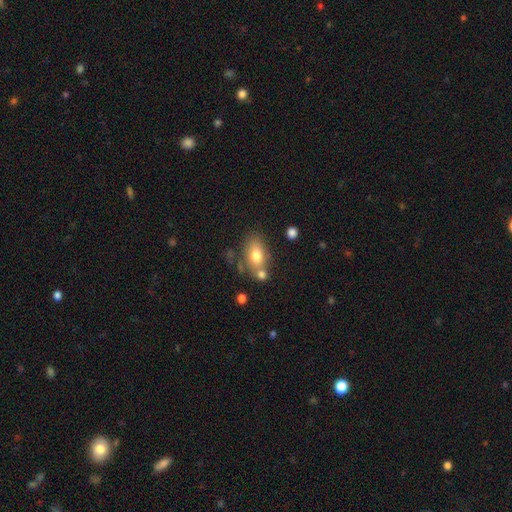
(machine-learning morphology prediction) A smooth galaxy with no disk features (74%) that is in between round and cigar-shaped (84%). Merging: none (55%).